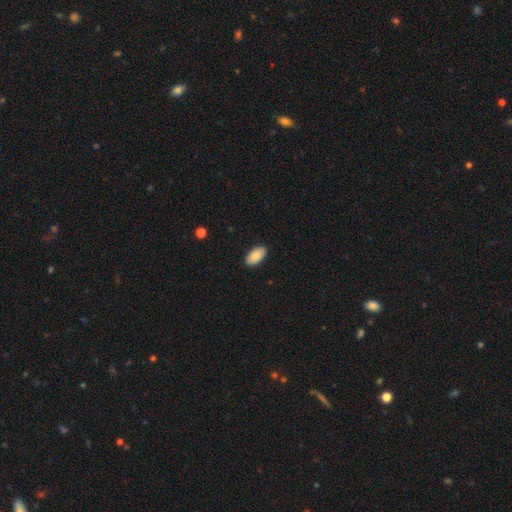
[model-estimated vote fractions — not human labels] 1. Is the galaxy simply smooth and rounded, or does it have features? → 88% smooth, 6% star or artifact, 6% featured or disk.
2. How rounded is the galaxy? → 95% in between, 3% cigar-shaped, 2% round.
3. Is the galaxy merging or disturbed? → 89% none, 9% minor disturbance, 2% major disturbance, 1% merger.